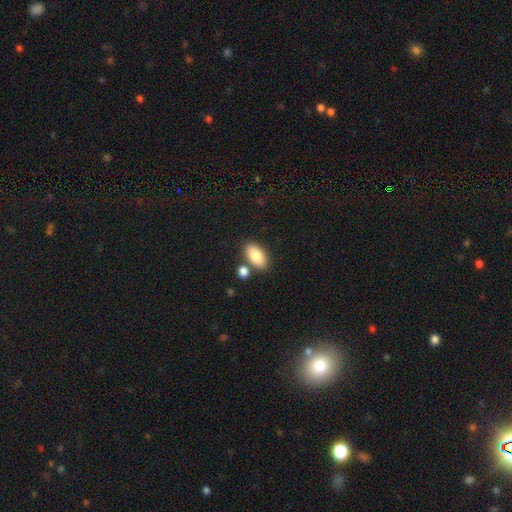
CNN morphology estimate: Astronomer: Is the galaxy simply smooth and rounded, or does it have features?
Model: smooth — 85%.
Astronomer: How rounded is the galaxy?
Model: in between — 92%.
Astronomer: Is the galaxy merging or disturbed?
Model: none — 72%.